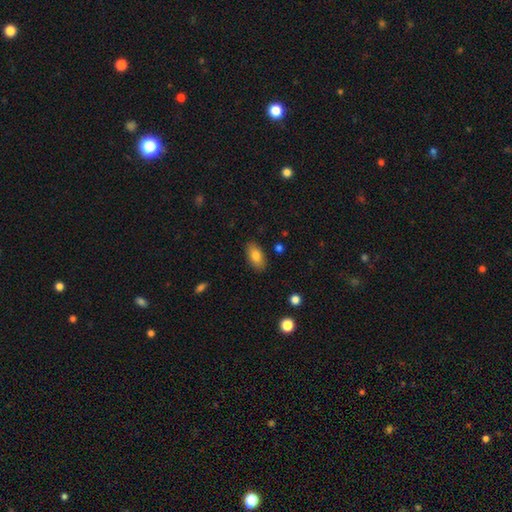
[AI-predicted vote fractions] Smooth or featured?
  - smooth: 81% *
  - featured or disk: 12%
  - star or artifact: 7%
How rounded?
  - in between: 91% *
  - round: 5%
  - cigar-shaped: 4%
Merging?
  - none: 87% *
  - minor disturbance: 10%
  - major disturbance: 2%
  - merger: 1%